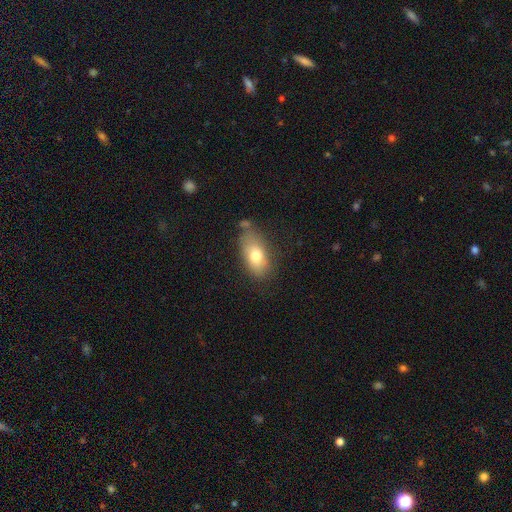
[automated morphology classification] This is likely a smooth galaxy (73%). How rounded: clearly in between (88%). Merging: likely none (61%).